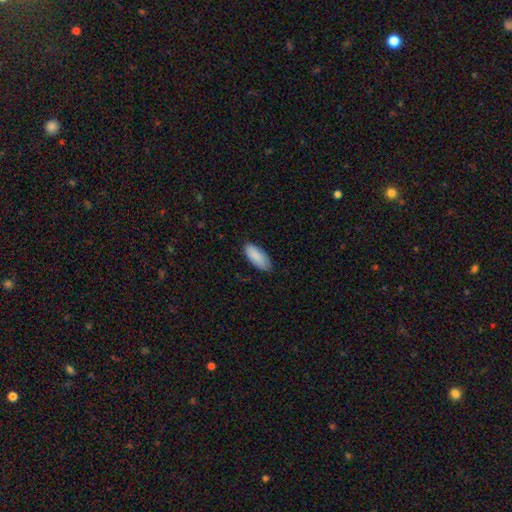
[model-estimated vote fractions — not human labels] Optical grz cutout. It shows a smooth galaxy with no disk features (89%) that is in between round and cigar-shaped (86%). Merging: none (79%).